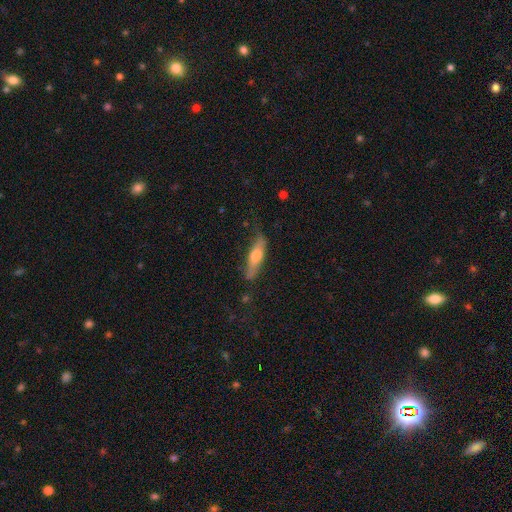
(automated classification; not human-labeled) Smooth or featured: smooth — 52% (featured or disk — 42%)
How rounded: cigar-shaped — 74% (in between — 24%)
Merging: none — 75% (minor disturbance — 19%)